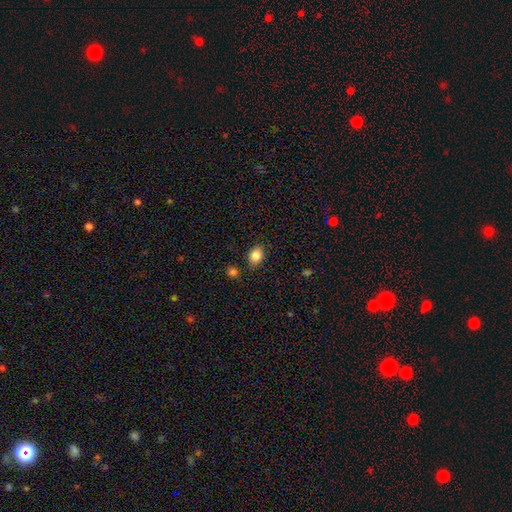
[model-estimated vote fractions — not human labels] The model was most divided on "how rounded": in between: 64%, round: 35%, cigar-shaped: 1%. More confident: smooth or featured — smooth (85%); merging — none (83%).